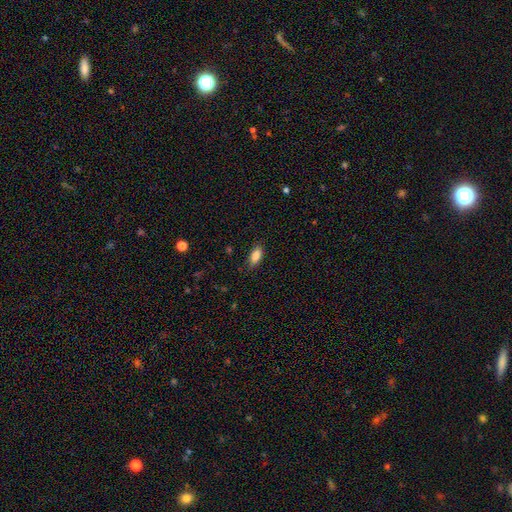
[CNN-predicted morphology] smooth 85%, star or artifact 8%, featured or disk 7%. Down the decision tree: how rounded — in between (88%); merging — none (85%).